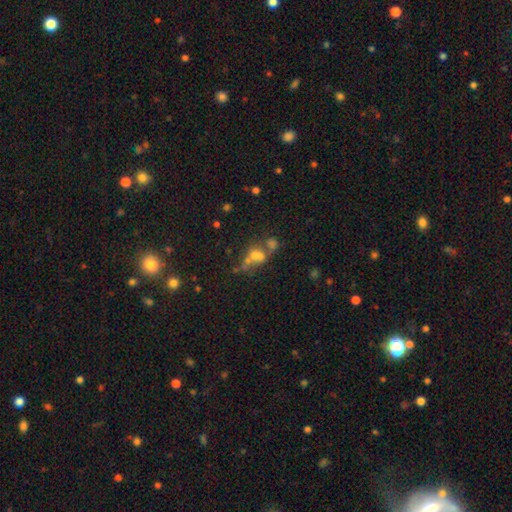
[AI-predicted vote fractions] A smooth galaxy with no disk features (46%). Merging: merger (49%).